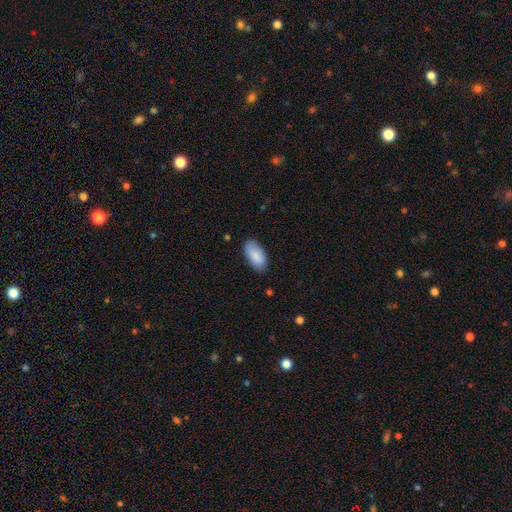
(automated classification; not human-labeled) A smooth galaxy with no disk features (89%) that is in between round and cigar-shaped (93%).

Vote fractions:
- Smooth or featured? smooth: 89% / star or artifact: 6% / featured or disk: 5%
- How rounded? in between: 93% / cigar-shaped: 4% / round: 2%
- Merging? none: 82% / minor disturbance: 14% / major disturbance: 3% / merger: 1%